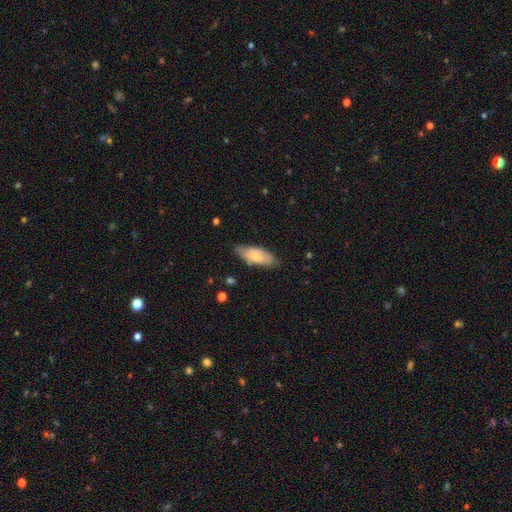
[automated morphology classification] type=smooth (67%); roundness=in between (81%); merging=none (70%).